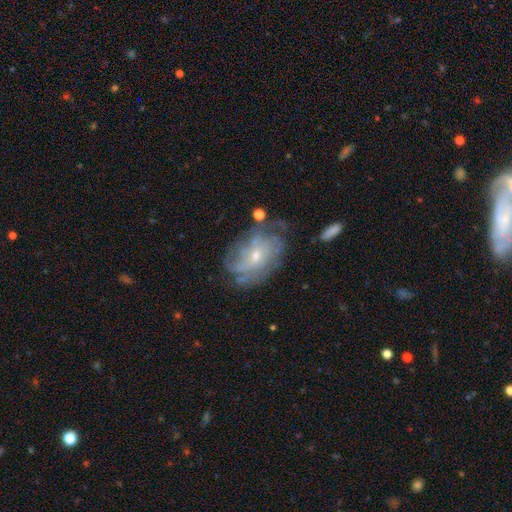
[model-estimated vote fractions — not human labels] Morphology: type=featured or disk (73%); edge-on=no (96%); bar=no (69%); spiral arms=yes (80%); winding=tight (52%); arm count=can't tell (57%); bulge=small (65%); merging=none (58%).